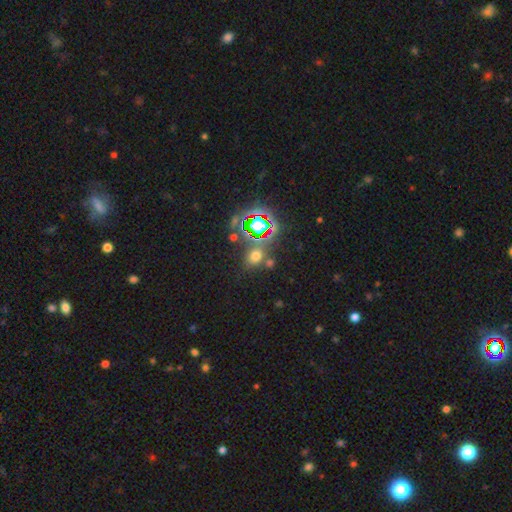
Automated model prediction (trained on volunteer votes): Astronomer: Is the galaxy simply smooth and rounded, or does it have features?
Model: smooth — 53% (runner-up: star or artifact, 38%).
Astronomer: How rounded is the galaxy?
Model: round — 63%.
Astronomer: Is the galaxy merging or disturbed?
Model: none — 73%.